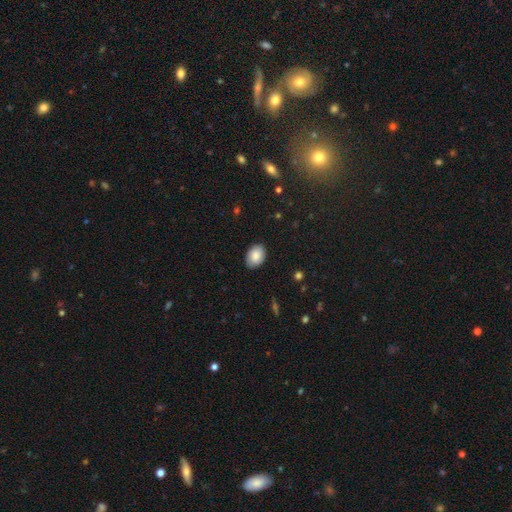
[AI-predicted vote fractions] The model was most divided on "how rounded": in between: 81%, round: 18%, cigar-shaped: 1%. More confident: merging — none (87%); smooth or featured — smooth (87%).